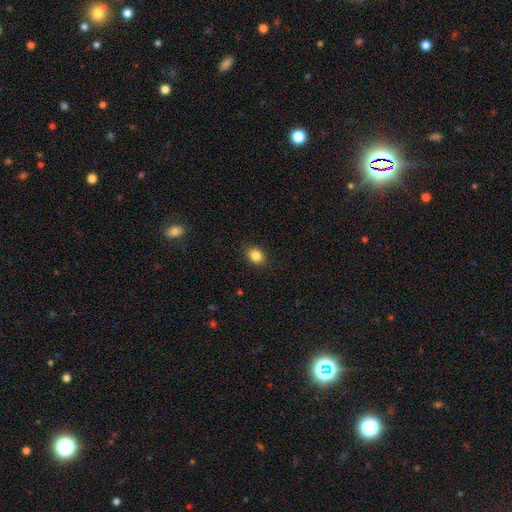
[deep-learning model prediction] Morphology: type=smooth (85%); roundness=in between (61%); merging=none (88%).